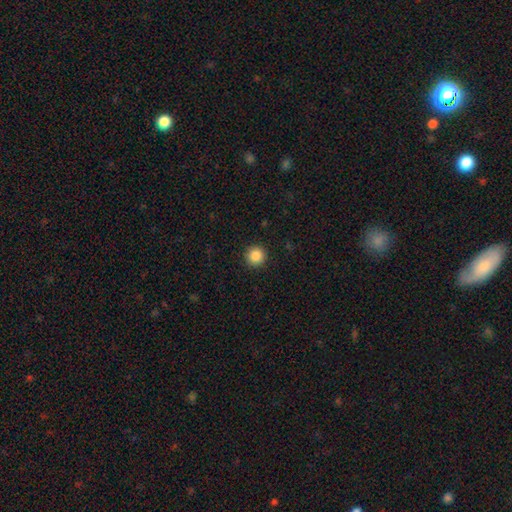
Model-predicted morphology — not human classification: Smooth or featured: smooth — 87% (star or artifact — 10%)
How rounded: round — 96% (in between — 4%)
Merging: none — 92% (minor disturbance — 5%)